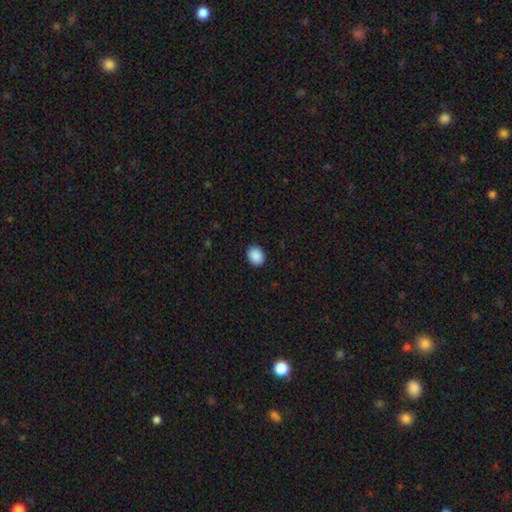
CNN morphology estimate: Smooth or featured? smooth (90%)
How rounded? round (59%)
Merging? none (91%)